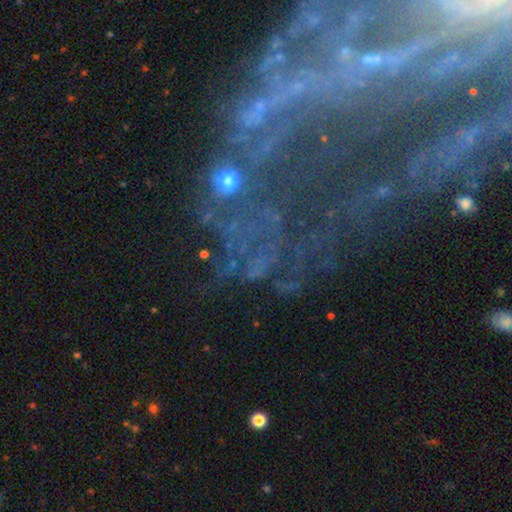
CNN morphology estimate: Q: Smooth or featured?
A: featured or disk (60%); runner-up: star or artifact (28%)
Q: Edge-on disk?
A: no (91%); runner-up: yes (9%)
Q: Bar?
A: no (49%); runner-up: strong (26%)
Q: Spiral arms?
A: yes (71%); runner-up: no (29%)
Q: Bulge size?
A: small (46%); runner-up: none (24%)
Q: Merging?
A: none (57%); runner-up: major disturbance (20%)